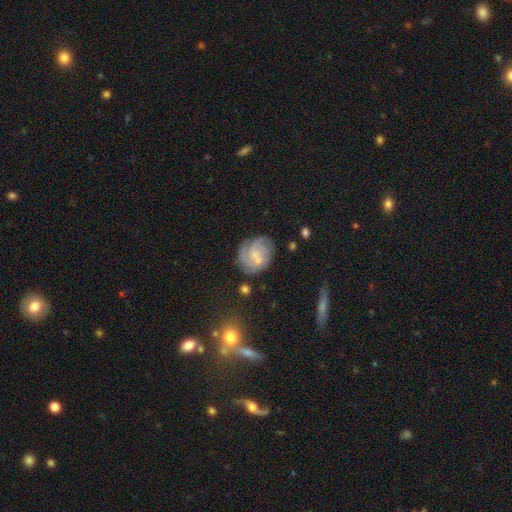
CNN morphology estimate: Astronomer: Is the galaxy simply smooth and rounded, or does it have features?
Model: featured or disk — 59%.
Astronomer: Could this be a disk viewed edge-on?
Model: no — 98%.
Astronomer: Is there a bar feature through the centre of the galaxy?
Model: no — 68%.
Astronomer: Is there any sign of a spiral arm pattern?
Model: yes — 85%.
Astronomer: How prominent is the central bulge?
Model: small — 56%.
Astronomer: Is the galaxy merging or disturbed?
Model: none — 61%.